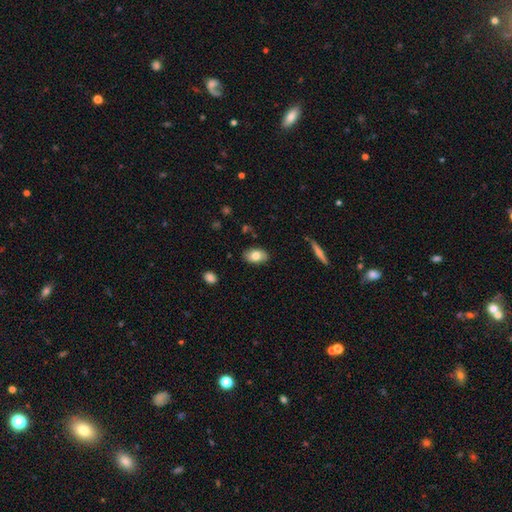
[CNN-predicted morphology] This is likely a smooth galaxy (78%). How rounded: clearly in between (91%). Merging: clearly none (86%).